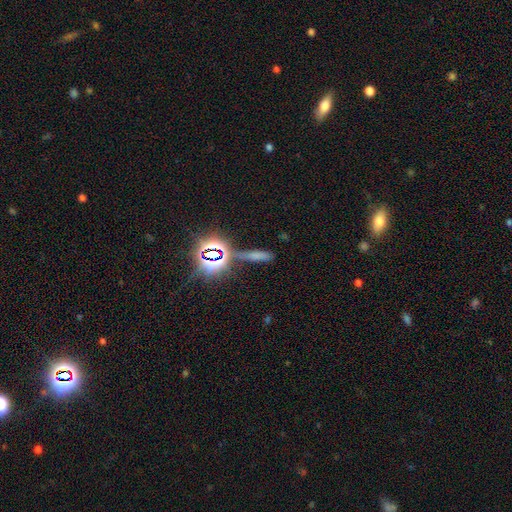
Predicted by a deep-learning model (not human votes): This appears to be a smooth galaxy with no disk features (48%). Merging: none (66%).